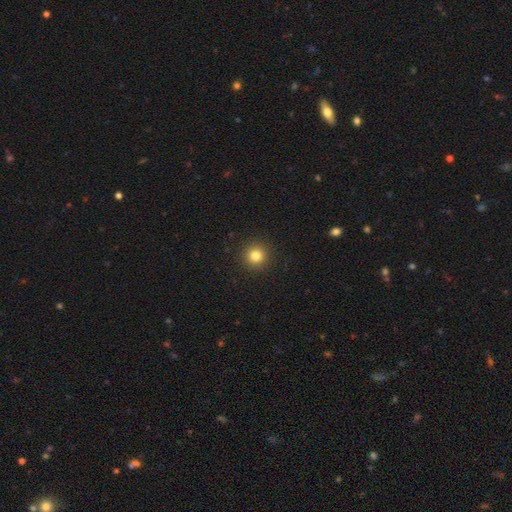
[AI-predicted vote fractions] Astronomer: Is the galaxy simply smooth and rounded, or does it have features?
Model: smooth — 81%.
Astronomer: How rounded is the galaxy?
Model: round — 95%.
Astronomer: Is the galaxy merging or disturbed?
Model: none — 93%.